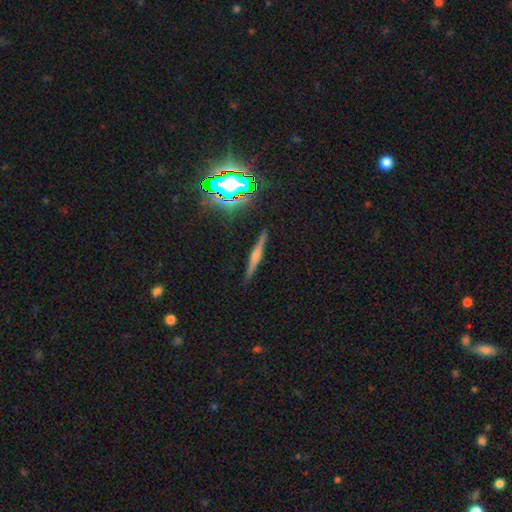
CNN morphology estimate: Smooth or featured?
  - featured or disk: 64% *
  - smooth: 22%
  - star or artifact: 14%
Edge-on disk?
  - yes: 97% *
  - no: 3%
Edge-on bulge?
  - rounded: 71% *
  - boxy: 16%
  - none: 14%
Merging?
  - none: 89% *
  - minor disturbance: 8%
  - major disturbance: 2%
  - merger: 1%